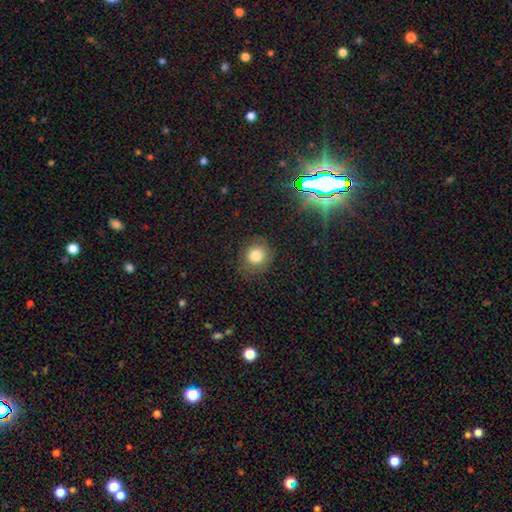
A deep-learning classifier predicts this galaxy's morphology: This appears to be a smooth galaxy with no disk features (78%) that is round (82%). Merging: none (78%).